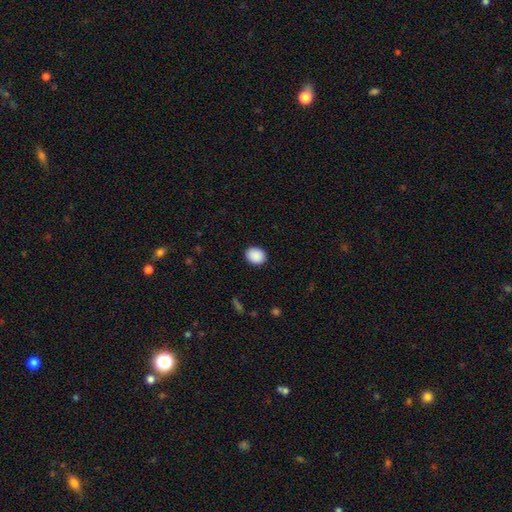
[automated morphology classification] smooth-or-featured: smooth: 90% | star or artifact: 8% | featured or disk: 2%
  how-rounded: round: 50% | in between: 49% | cigar-shaped: 1%
  merging: none: 90% | minor disturbance: 7% | major disturbance: 2% | merger: 1%